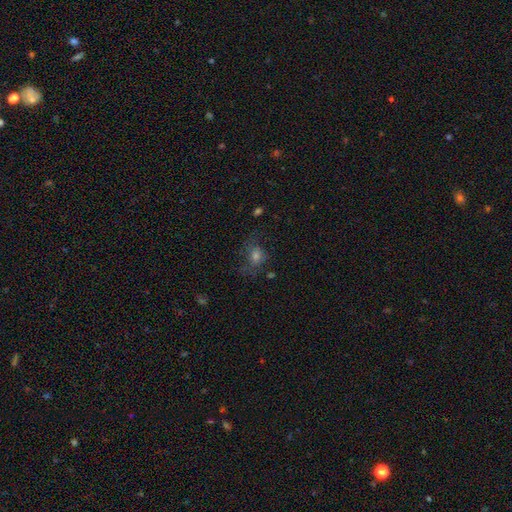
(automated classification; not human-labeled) Morphology: type=smooth (45%); merging=none (52%).